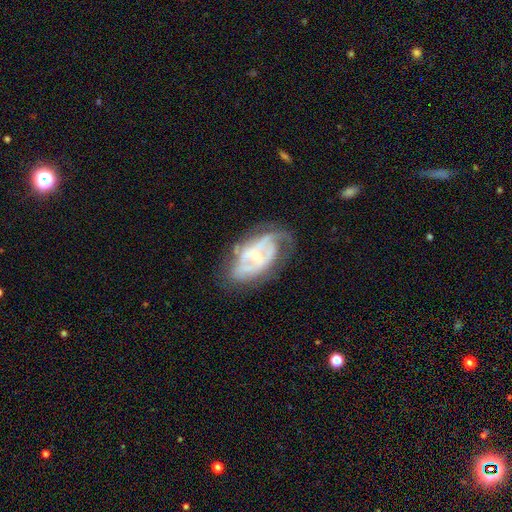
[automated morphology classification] smooth_or_featured: featured or disk (p=0.80) [alt: smooth p=0.13]
disk_edge_on: no (p=0.95) [alt: yes p=0.05]
bar: no (p=0.56) [alt: weak p=0.32]
has_spiral_arms: yes (p=0.82) [alt: no p=0.18]
spiral_winding: tight (p=0.48) [alt: medium p=0.37]
spiral_arm_count: can't tell (p=0.38) [alt: 2 p=0.32]
bulge_size: small (p=0.66) [alt: moderate p=0.29]
merging: none (p=0.54) [alt: minor disturbance p=0.25]